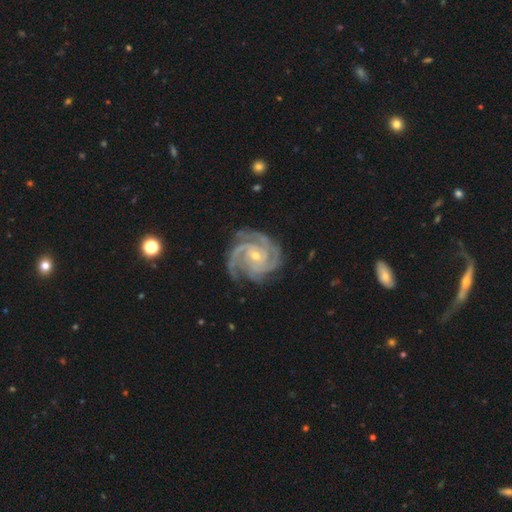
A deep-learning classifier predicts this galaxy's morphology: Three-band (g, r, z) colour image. It shows a featured or disk galaxy (93%) with no bar (63%), 3 (43%) tight (71%) spiral arms (99%) and a small central bulge (66%). Merging: none (79%).